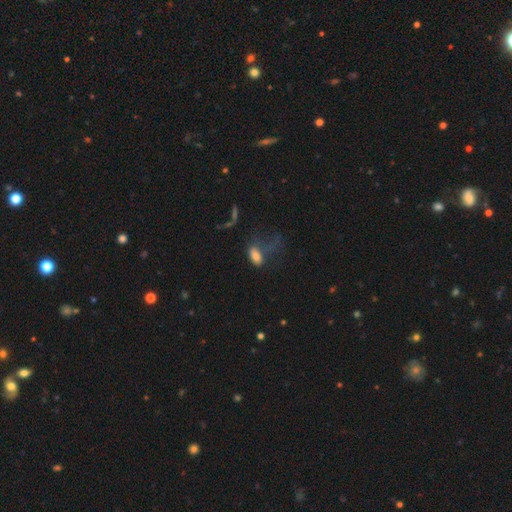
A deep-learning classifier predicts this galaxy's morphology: Smooth or featured? smooth (76%)
How rounded? in between (89%)
Merging? major disturbance (47%)